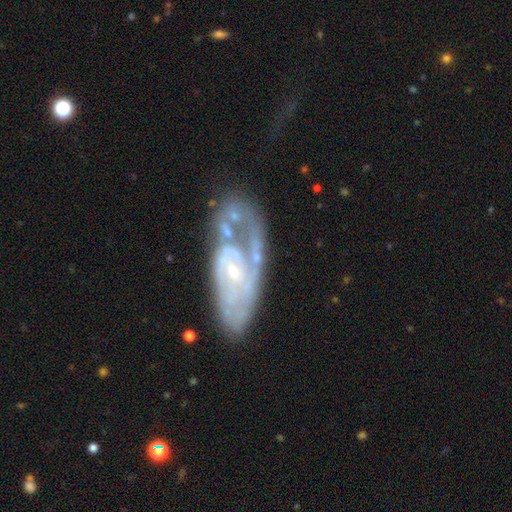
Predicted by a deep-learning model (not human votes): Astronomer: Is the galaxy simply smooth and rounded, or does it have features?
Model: featured or disk — 81%.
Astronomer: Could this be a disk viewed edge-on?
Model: no — 94%.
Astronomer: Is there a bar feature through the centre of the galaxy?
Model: no — 56% (runner-up: weak, 36%).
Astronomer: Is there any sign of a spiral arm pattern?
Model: yes — 86%.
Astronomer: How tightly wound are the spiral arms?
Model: tight — 53% (runner-up: medium, 34%).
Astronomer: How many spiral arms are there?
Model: can't tell — 30% (runner-up: 2, 29%).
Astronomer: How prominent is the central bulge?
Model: small — 61%.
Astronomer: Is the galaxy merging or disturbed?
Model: none — 41% (runner-up: major disturbance, 23%).